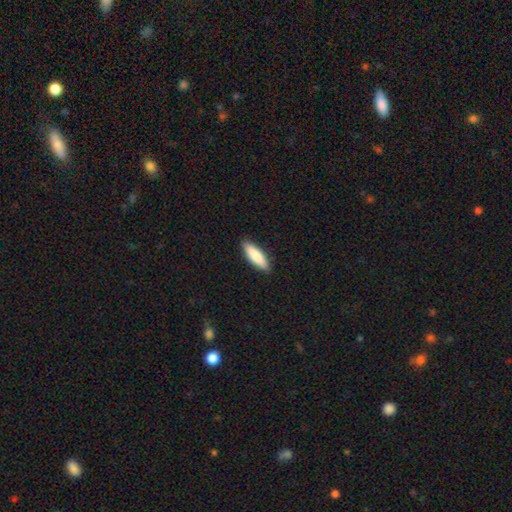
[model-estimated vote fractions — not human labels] This is clearly a smooth galaxy (83%). How rounded: possibly cigar-shaped (53%). Merging: clearly none (90%).